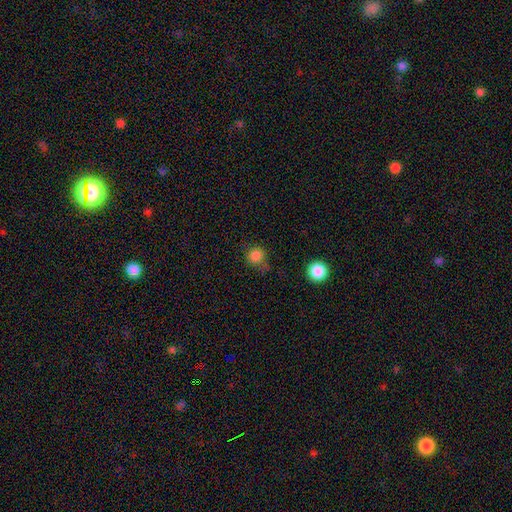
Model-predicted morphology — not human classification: Q: Smooth or featured?
A: smooth (82%); runner-up: star or artifact (14%)
Q: How rounded?
A: round (88%); runner-up: in between (11%)
Q: Merging?
A: none (61%); runner-up: minor disturbance (23%)